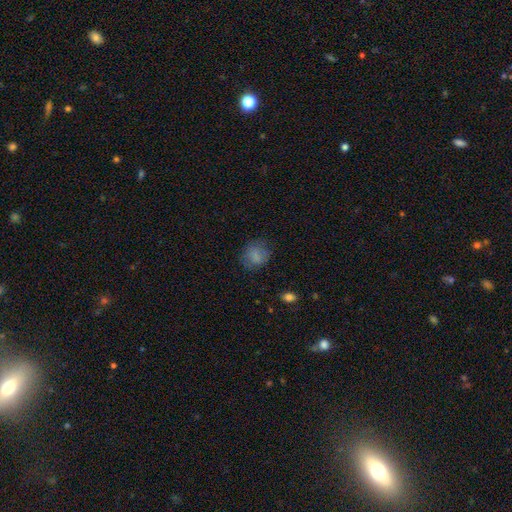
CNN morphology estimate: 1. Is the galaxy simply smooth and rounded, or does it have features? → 79% smooth, 11% featured or disk, 10% star or artifact.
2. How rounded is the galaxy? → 67% round, 32% in between, 1% cigar-shaped.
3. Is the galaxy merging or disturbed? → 70% none, 20% minor disturbance, 9% major disturbance, 1% merger.